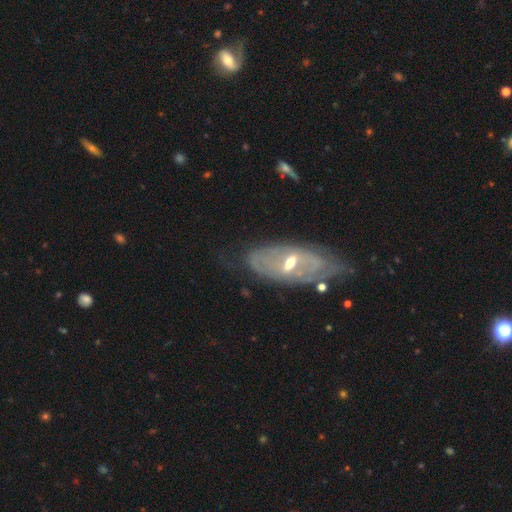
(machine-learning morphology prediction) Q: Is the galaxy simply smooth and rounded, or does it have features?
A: featured or disk — 72%.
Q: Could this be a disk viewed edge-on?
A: no — 83%.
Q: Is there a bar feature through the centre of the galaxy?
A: weak — 46%.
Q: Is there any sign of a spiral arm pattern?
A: yes — 54%.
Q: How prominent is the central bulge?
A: moderate — 64%.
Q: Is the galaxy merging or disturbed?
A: none — 66%.